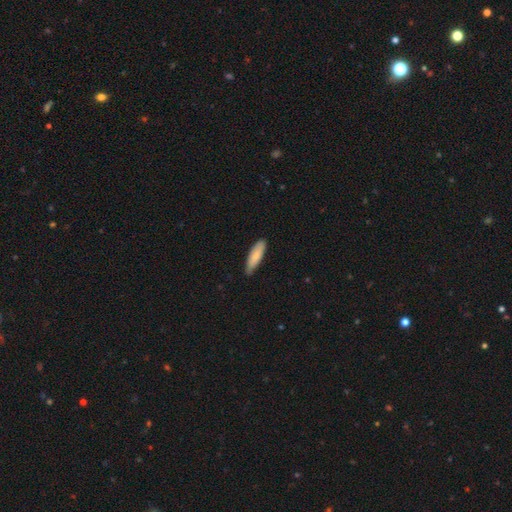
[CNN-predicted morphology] A smooth galaxy with no disk features (79%) that is cigar-shaped (58%).

Vote fractions:
- Smooth or featured? smooth: 79% / featured or disk: 16% / star or artifact: 5%
- How rounded? cigar-shaped: 58% / in between: 40% / round: 1%
- Merging? none: 81% / minor disturbance: 16% / major disturbance: 2% / merger: 1%